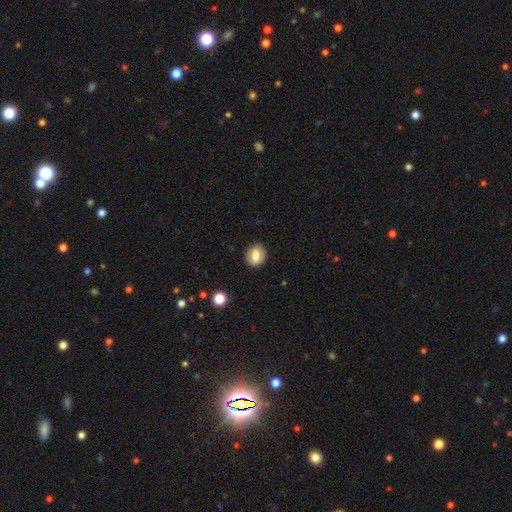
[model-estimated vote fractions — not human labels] Smooth or featured: smooth — 74% (featured or disk — 18%)
How rounded: round — 58% (in between — 41%)
Merging: none — 85% (minor disturbance — 11%)